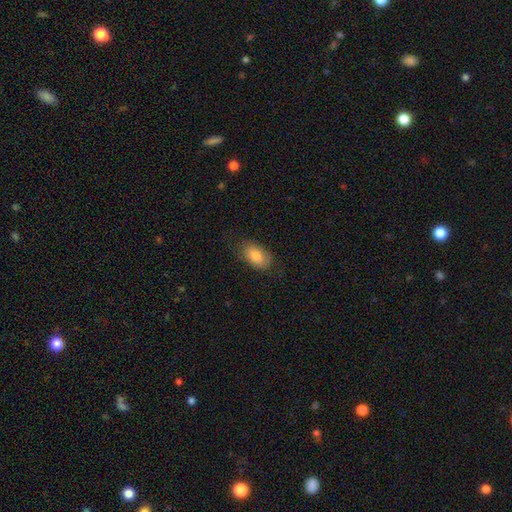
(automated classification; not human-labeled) smooth-or-featured: smooth: 81% | featured or disk: 12% | star or artifact: 7%
  how-rounded: in between: 93% | round: 6% | cigar-shaped: 2%
  merging: none: 75% | minor disturbance: 18% | major disturbance: 5% | merger: 1%